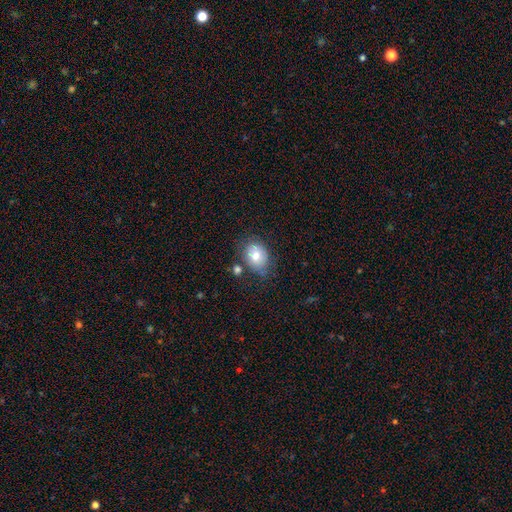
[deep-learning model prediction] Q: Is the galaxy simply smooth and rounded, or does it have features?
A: smooth — 68%.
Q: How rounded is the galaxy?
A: in between — 60%.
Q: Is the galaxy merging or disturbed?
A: none — 62%.